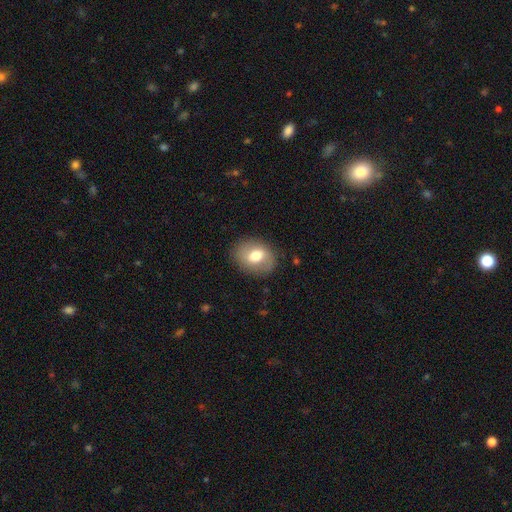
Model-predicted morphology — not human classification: Smooth or featured? smooth (68%)
How rounded? in between (60%)
Merging? none (83%)